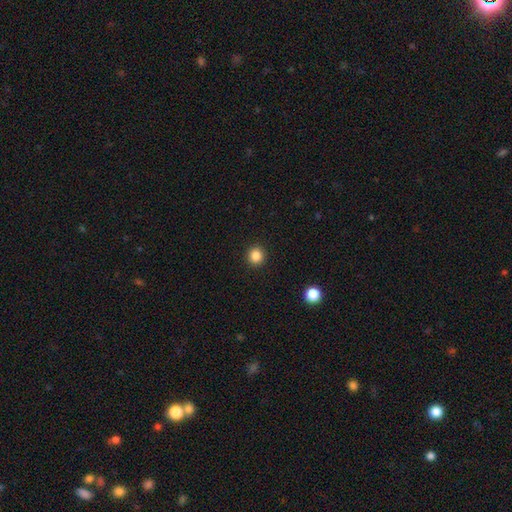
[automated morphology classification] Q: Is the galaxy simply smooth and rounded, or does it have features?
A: smooth — 84%.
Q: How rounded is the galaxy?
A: round — 92%.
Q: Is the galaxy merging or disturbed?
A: none — 93%.